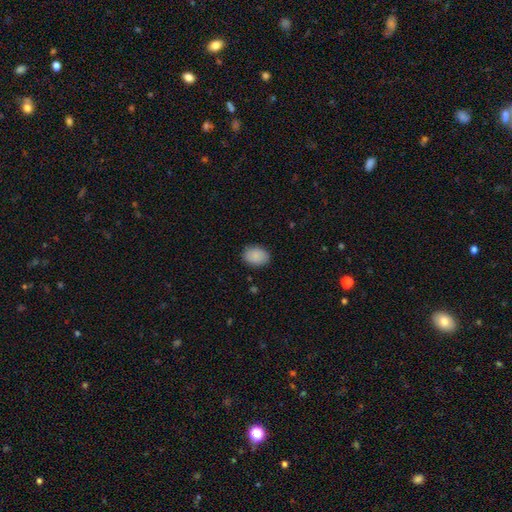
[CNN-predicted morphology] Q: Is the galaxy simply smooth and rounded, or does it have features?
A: smooth — 88%.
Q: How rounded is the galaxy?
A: in between — 69%.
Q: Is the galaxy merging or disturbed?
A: none — 87%.